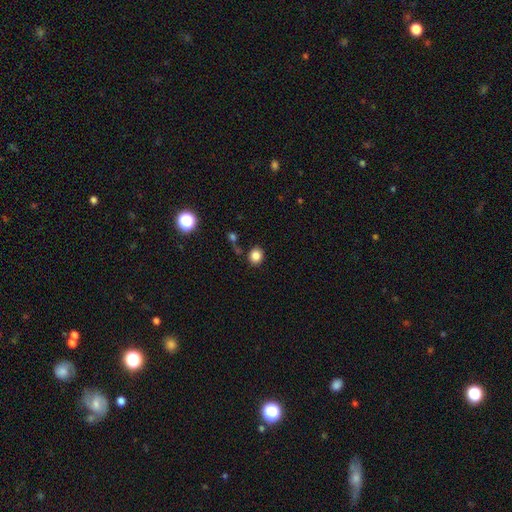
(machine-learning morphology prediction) smooth-or-featured: smooth: 84% | star or artifact: 11% | featured or disk: 5%
  how-rounded: round: 73% | in between: 26% | cigar-shaped: 1%
  merging: none: 82% | minor disturbance: 10% | merger: 5% | major disturbance: 3%